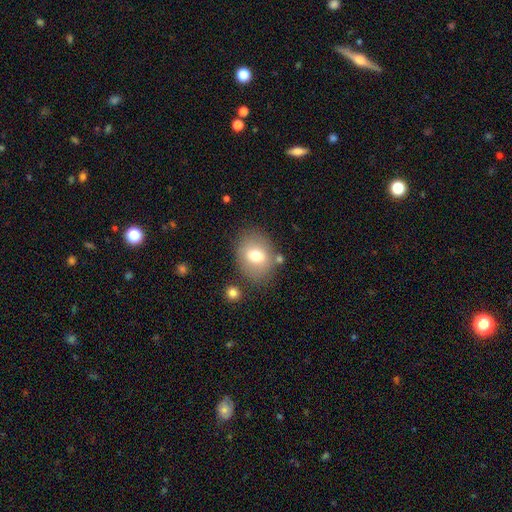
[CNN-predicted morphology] smooth-or-featured: smooth: 70% | featured or disk: 21% | star or artifact: 9%
  how-rounded: in between: 51% | round: 48% | cigar-shaped: 1%
  merging: none: 74% | minor disturbance: 14% | merger: 6% | major disturbance: 5%